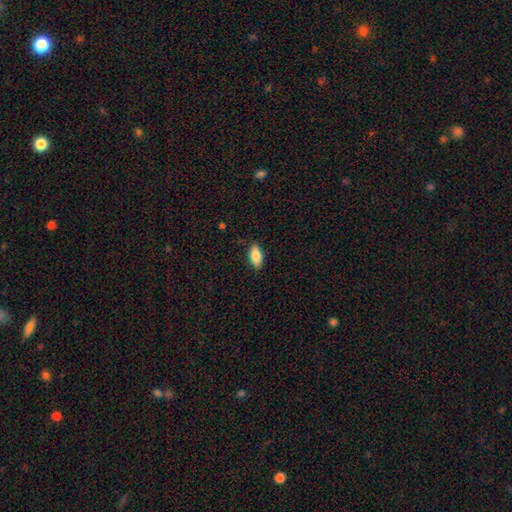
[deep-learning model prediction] Smooth or featured? smooth (76%)
How rounded? in between (83%)
Merging? none (87%)